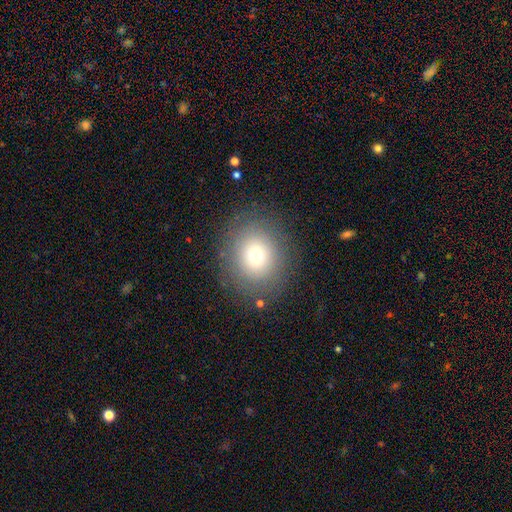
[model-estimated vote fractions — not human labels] Smooth or featured: smooth — 71% (star or artifact — 15%)
How rounded: round — 82% (in between — 18%)
Merging: none — 84% (minor disturbance — 9%)